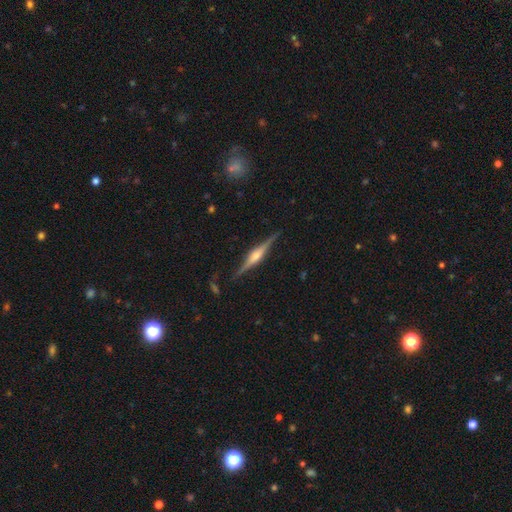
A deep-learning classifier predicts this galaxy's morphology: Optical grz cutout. It shows a featured or disk galaxy (82%) viewed edge-on (98%) with a rounded central bulge (83%). Merging: none (87%).